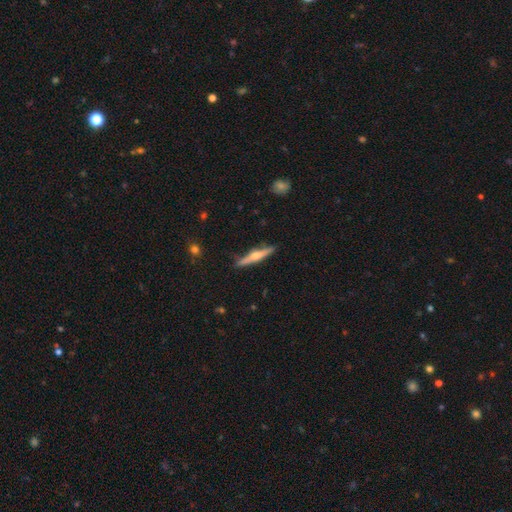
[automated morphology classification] Smooth or featured?
  - featured or disk: 65% *
  - smooth: 29%
  - star or artifact: 6%
Edge-on disk?
  - yes: 97% *
  - no: 3%
Edge-on bulge?
  - rounded: 89% *
  - boxy: 6%
  - none: 5%
Merging?
  - none: 86% *
  - minor disturbance: 11%
  - major disturbance: 2%
  - merger: 2%